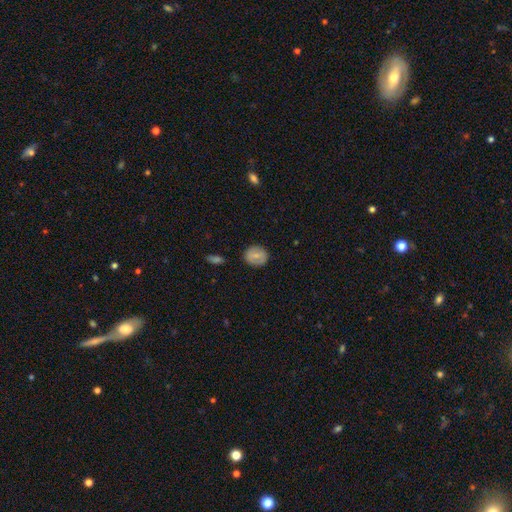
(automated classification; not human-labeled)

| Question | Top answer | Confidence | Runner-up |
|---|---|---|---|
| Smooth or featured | smooth | 70% | featured or disk (22%) |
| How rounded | round | 73% | in between (26%) |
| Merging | none | 85% | minor disturbance (11%) |